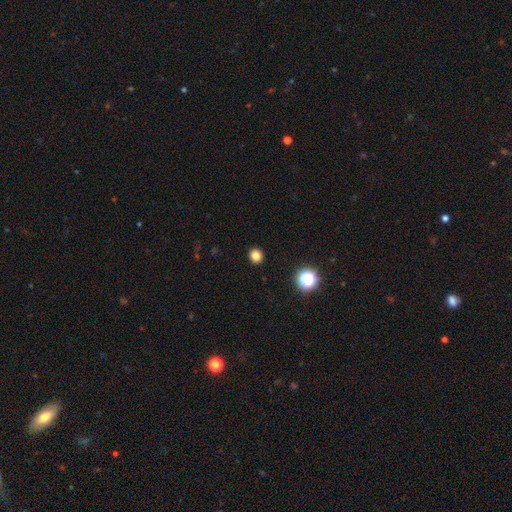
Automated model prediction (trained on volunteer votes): A smooth galaxy with no disk features (81%) that is round (85%).

Vote fractions:
- Smooth or featured? smooth: 81% / star or artifact: 15% / featured or disk: 4%
- How rounded? round: 85% / in between: 14% / cigar-shaped: 1%
- Merging? none: 93% / minor disturbance: 5% / major disturbance: 2% / merger: 1%